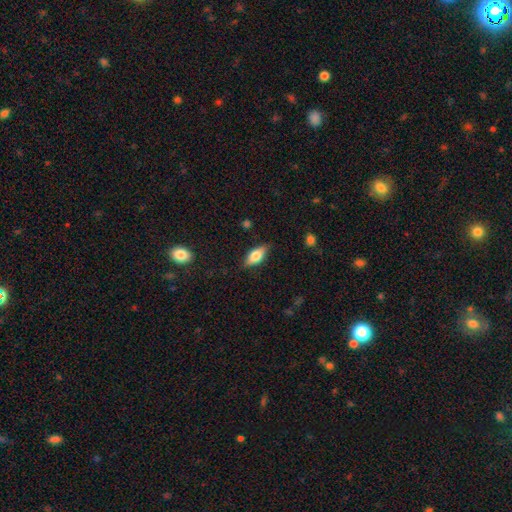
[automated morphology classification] smooth-or-featured: smooth: 64% | featured or disk: 29% | star or artifact: 7%
  how-rounded: in between: 80% | cigar-shaped: 17% | round: 4%
  merging: none: 81% | minor disturbance: 14% | major disturbance: 3% | merger: 1%